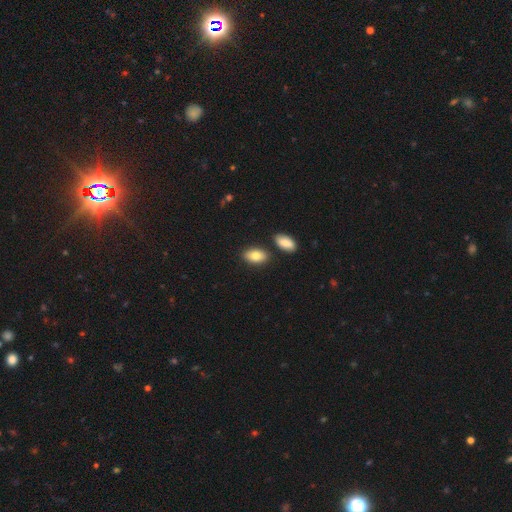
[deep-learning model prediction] Smooth or featured? Predicted: smooth (p=0.83). How rounded? Predicted: in between (p=0.92). Merging? Predicted: none (p=0.80).